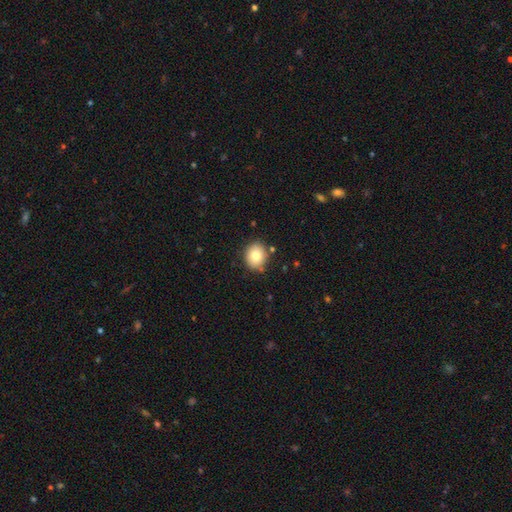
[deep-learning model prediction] This is clearly a smooth galaxy (82%). How rounded: likely round (70%). Merging: clearly none (84%).